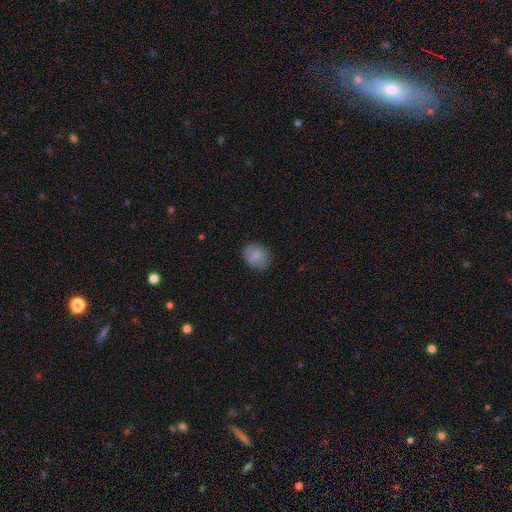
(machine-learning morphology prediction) Smooth or featured: smooth — 86% (star or artifact — 8%)
How rounded: round — 58% (in between — 41%)
Merging: none — 82% (minor disturbance — 14%)